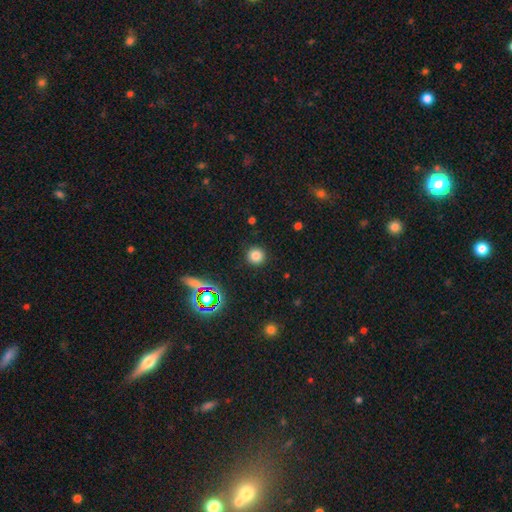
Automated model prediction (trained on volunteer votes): Overall: smooth (79%). How rounded: round (95%). Merging: none (91%).